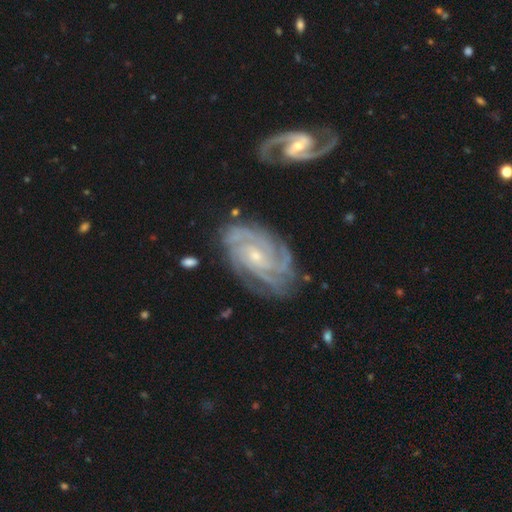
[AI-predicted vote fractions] Smooth or featured?
  - featured or disk: 91% *
  - star or artifact: 5%
  - smooth: 5%
Edge-on disk?
  - no: 97% *
  - yes: 3%
Bar?
  - no: 63% *
  - weak: 28%
  - strong: 9%
Spiral arms?
  - yes: 98% *
  - no: 2%
Spiral winding?
  - tight: 69% *
  - medium: 27%
  - loose: 4%
Spiral arm count?
  - 4: 29% *
  - 3: 24%
  - can't tell: 18%
  - 2: 13%
  - more than 4: 9%
  - 1: 7%
Bulge size?
  - small: 71% *
  - moderate: 25%
  - none: 2%
  - large: 1%
  - dominant: 1%
Merging?
  - none: 73% *
  - minor disturbance: 18%
  - major disturbance: 6%
  - merger: 4%